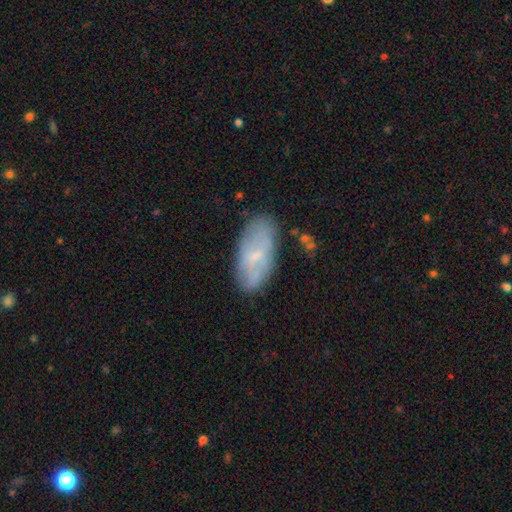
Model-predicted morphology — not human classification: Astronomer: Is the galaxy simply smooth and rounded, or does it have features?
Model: smooth — 52% (runner-up: featured or disk, 40%).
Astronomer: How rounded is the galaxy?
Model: in between — 91%.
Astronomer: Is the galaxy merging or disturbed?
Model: none — 74%.